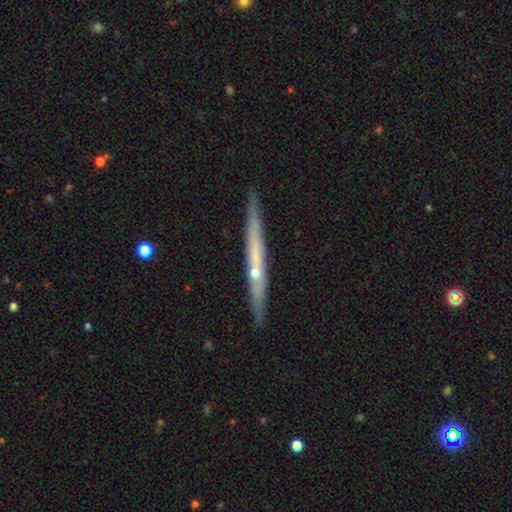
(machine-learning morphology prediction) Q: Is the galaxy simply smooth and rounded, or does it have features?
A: featured or disk — 58%.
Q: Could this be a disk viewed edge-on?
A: yes — 95%.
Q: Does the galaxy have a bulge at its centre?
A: none — 62%.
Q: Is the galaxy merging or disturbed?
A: none — 85%.